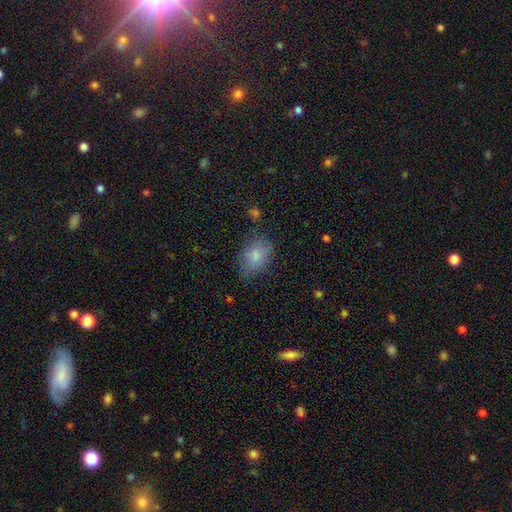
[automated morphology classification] This is clearly a smooth galaxy (81%). How rounded: likely in between (74%). Merging: likely none (68%).